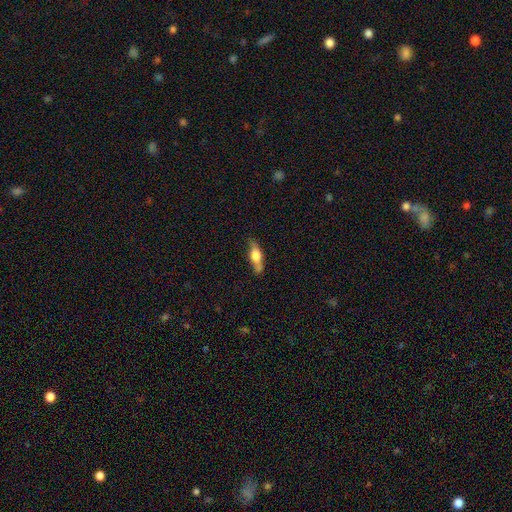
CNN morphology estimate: This is possibly a smooth galaxy (59%). How rounded: possibly in between (57%). Merging: possibly none (54%).